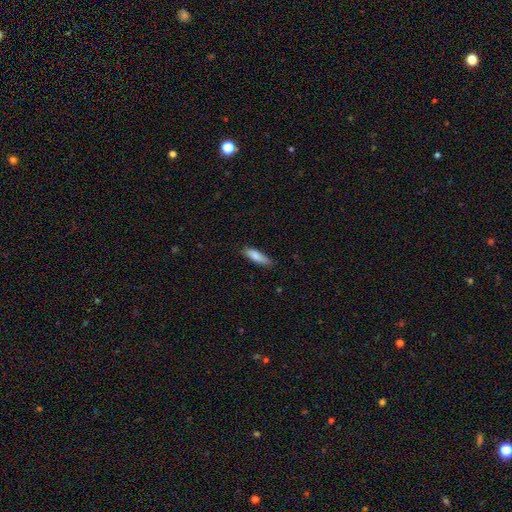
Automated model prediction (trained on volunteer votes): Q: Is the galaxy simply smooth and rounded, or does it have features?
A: smooth — 83%.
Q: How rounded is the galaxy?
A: cigar-shaped — 55%.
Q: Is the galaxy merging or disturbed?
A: none — 77%.